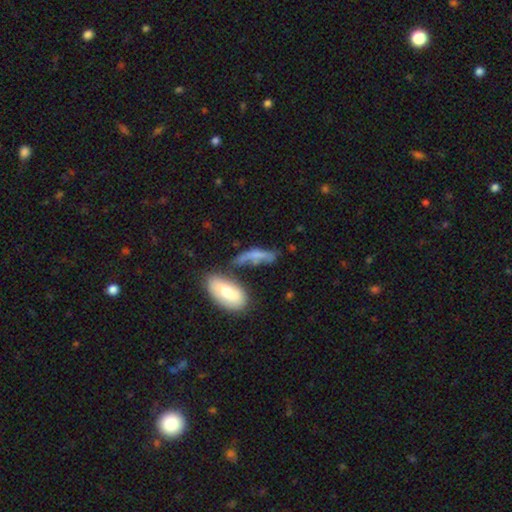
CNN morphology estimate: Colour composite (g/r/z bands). It shows a smooth galaxy with no disk features (56%) that is cigar-shaped (51%). Merging: none (36%).